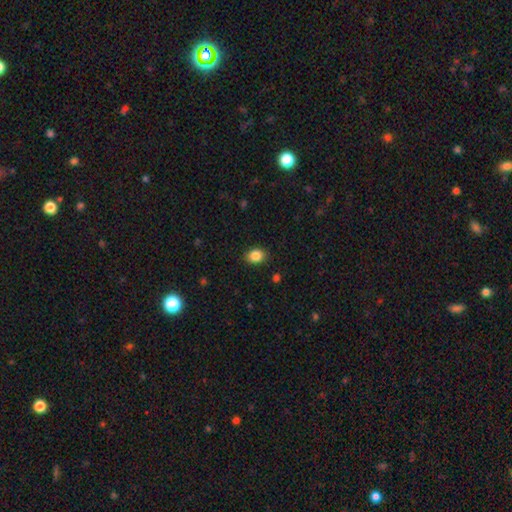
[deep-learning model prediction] The model was most divided on "how rounded": in between: 54%, round: 45%, cigar-shaped: 1%. More confident: merging — none (88%); smooth or featured — smooth (86%).